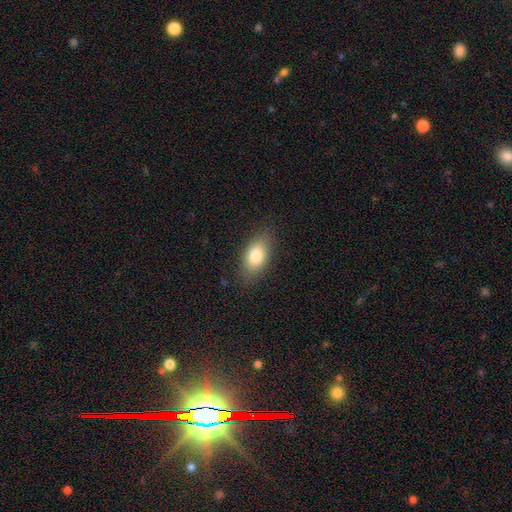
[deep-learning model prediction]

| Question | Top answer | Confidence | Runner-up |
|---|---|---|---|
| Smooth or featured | smooth | 79% | featured or disk (13%) |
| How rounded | in between | 87% | round (7%) |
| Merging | none | 82% | minor disturbance (13%) |